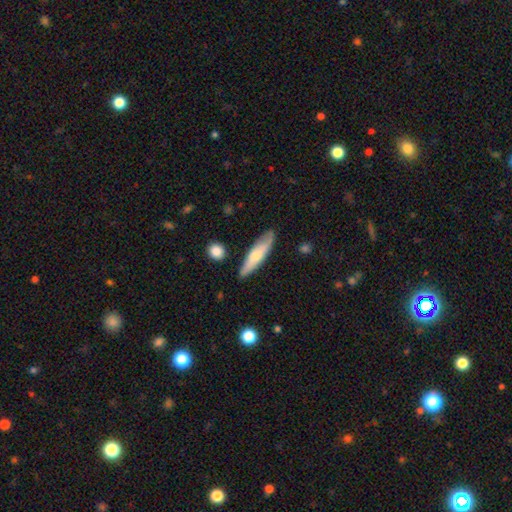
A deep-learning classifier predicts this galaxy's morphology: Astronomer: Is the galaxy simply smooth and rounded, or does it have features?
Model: smooth — 59% (runner-up: featured or disk, 35%).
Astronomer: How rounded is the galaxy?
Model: cigar-shaped — 73%.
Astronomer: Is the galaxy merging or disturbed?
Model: none — 82%.